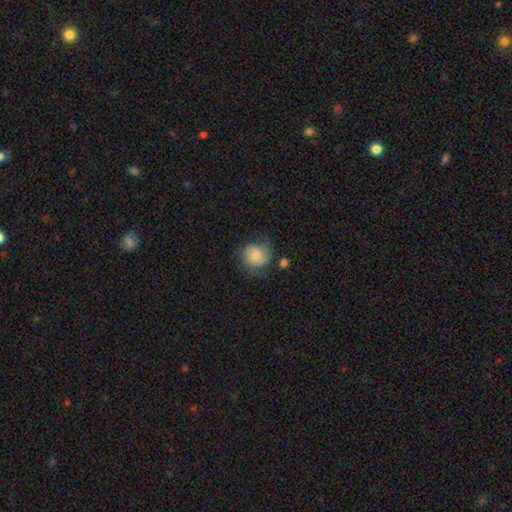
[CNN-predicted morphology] Smooth or featured? smooth (71%)
How rounded? round (82%)
Merging? none (61%)